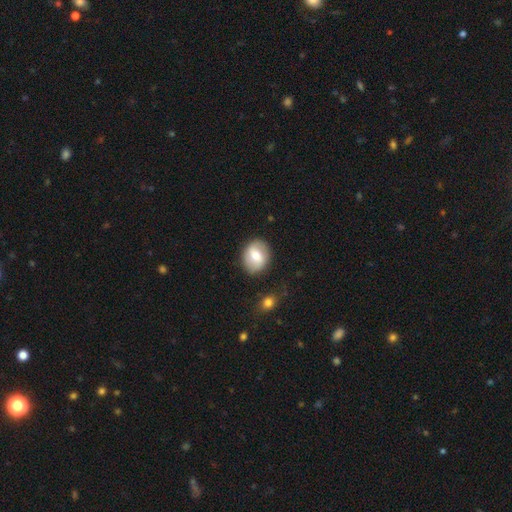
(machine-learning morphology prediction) Q: Smooth or featured?
A: smooth (59%); runner-up: featured or disk (34%)
Q: How rounded?
A: round (62%); runner-up: in between (37%)
Q: Merging?
A: none (84%); runner-up: minor disturbance (11%)